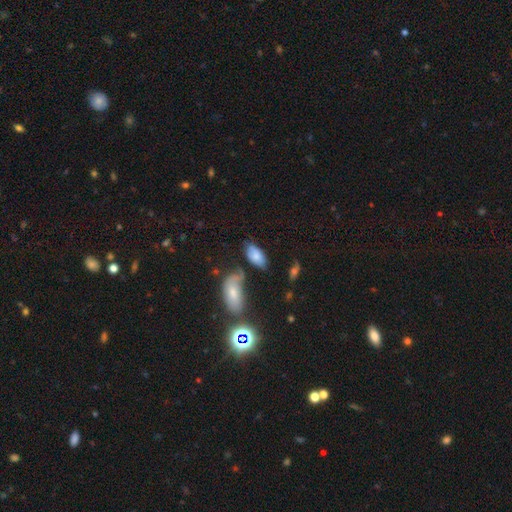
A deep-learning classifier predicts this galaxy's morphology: type=smooth (71%); roundness=in between (93%); merging=none (48%).